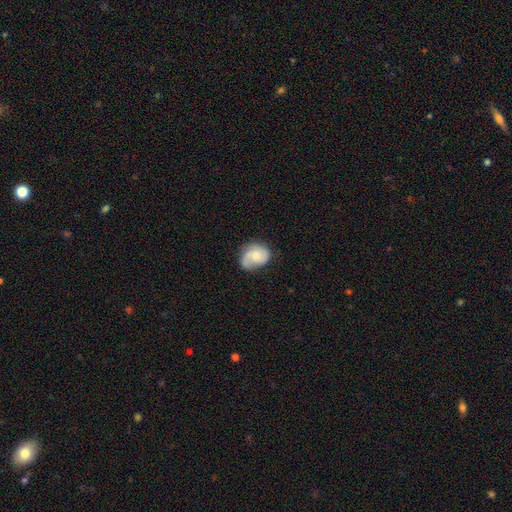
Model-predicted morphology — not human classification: Q: Smooth or featured?
A: featured or disk (54%); runner-up: smooth (39%)
Q: Edge-on disk?
A: no (98%); runner-up: yes (2%)
Q: Bar?
A: no (70%); runner-up: weak (27%)
Q: Spiral arms?
A: yes (89%); runner-up: no (11%)
Q: Bulge size?
A: small (40%); tied with: moderate (40%)
Q: Merging?
A: none (59%); runner-up: minor disturbance (28%)